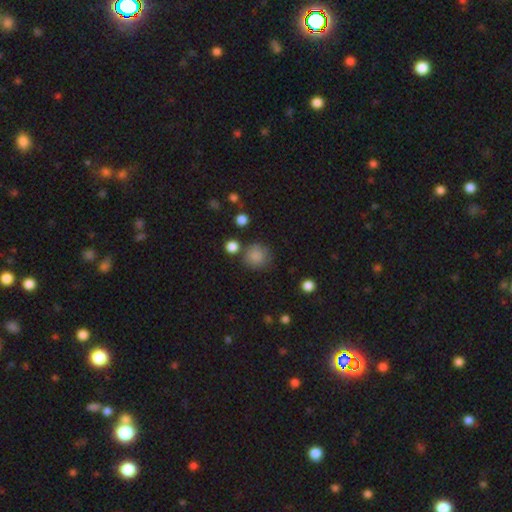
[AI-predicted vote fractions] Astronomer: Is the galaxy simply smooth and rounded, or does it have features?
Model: smooth — 84%.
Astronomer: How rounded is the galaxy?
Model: round — 91%.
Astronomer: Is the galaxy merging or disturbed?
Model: none — 75%.